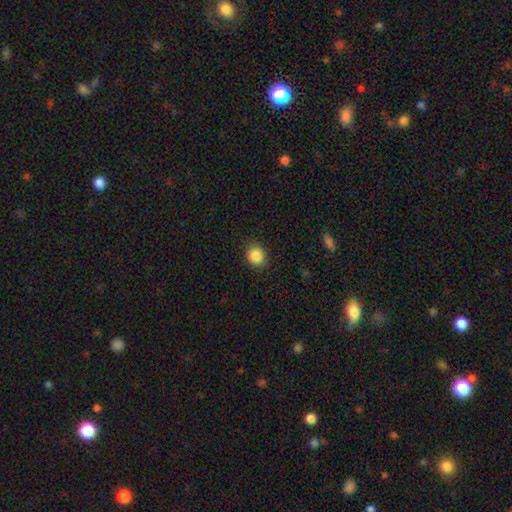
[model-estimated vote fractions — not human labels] This is clearly a smooth galaxy (87%). How rounded: likely round (76%). Merging: clearly none (88%).